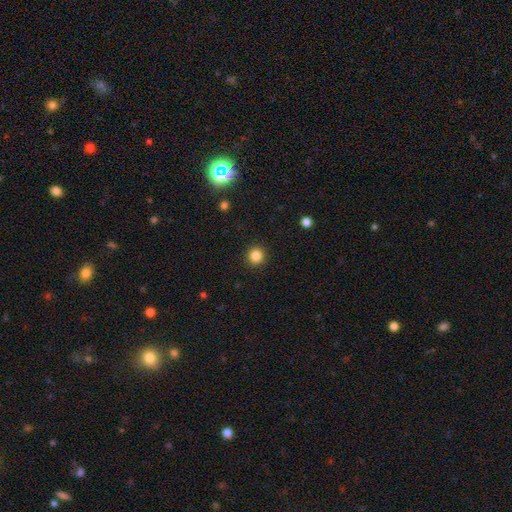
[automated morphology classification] This appears to be a smooth galaxy with no disk features (85%) that is round (93%). Merging: none (92%).